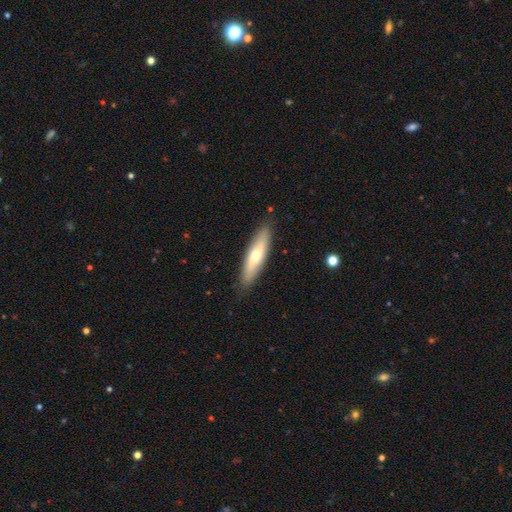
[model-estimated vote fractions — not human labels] smooth 55%, featured or disk 40%, star or artifact 5%. Down the decision tree: how rounded — cigar-shaped (72%); merging — none (87%).